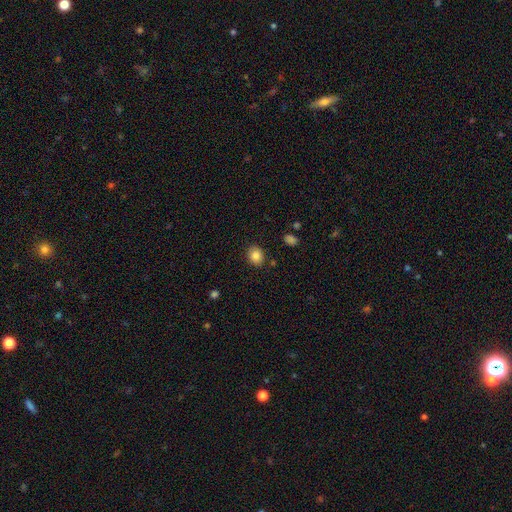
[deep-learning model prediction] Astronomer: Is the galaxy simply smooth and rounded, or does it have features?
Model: smooth — 84%.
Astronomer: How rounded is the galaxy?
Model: round — 58% (runner-up: in between, 41%).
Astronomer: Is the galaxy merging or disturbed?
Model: none — 88%.